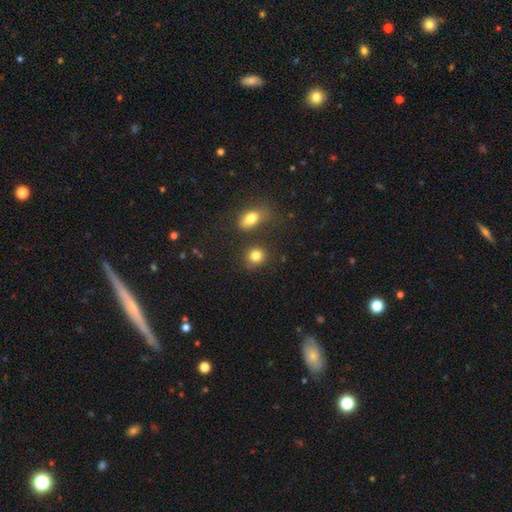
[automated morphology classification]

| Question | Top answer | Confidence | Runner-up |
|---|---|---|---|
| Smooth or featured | smooth | 83% | star or artifact (11%) |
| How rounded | round | 77% | in between (22%) |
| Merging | none | 73% | minor disturbance (12%) |